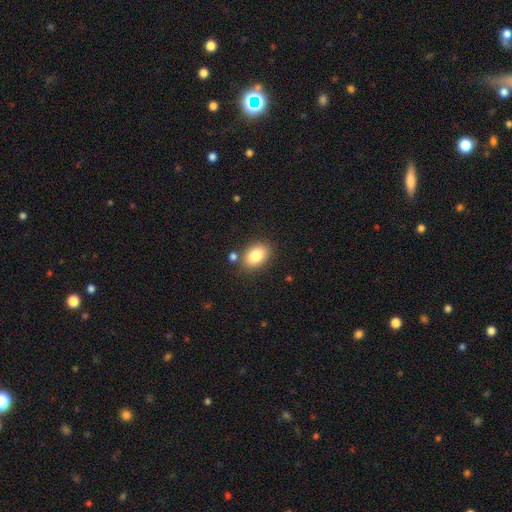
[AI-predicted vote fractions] smooth-or-featured: smooth: 83% | featured or disk: 9% | star or artifact: 8%
  how-rounded: in between: 84% | round: 14% | cigar-shaped: 1%
  merging: none: 79% | minor disturbance: 12% | merger: 7% | major disturbance: 3%